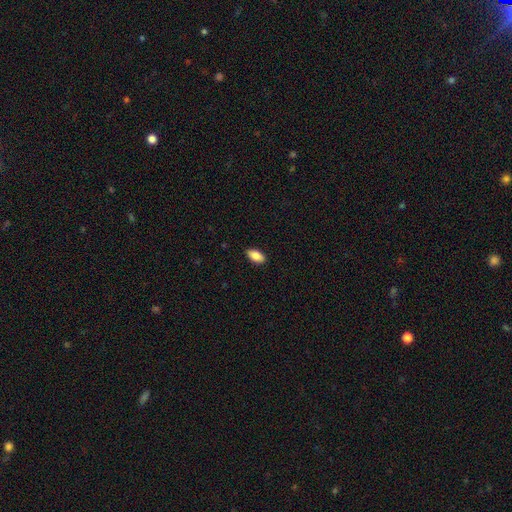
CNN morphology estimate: Overall: smooth (85%). How rounded: in between (92%). Merging: none (89%).